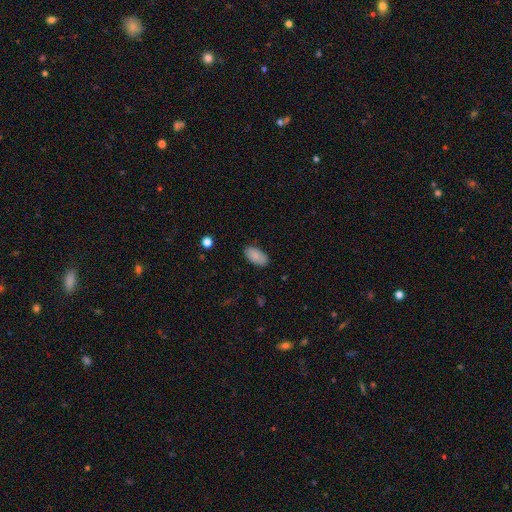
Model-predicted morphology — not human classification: Smooth or featured? smooth (87%)
How rounded? in between (95%)
Merging? none (87%)